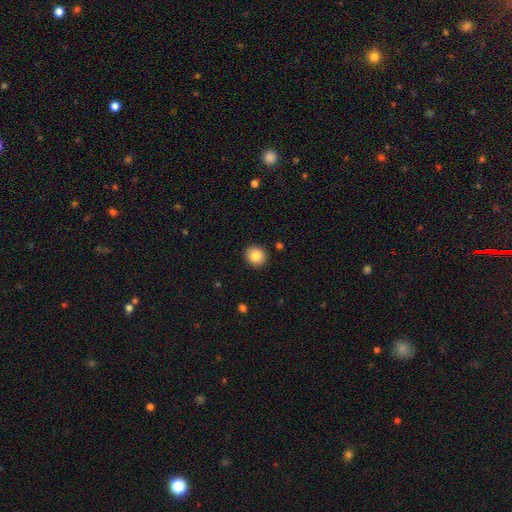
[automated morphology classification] The model was most divided on "smooth or featured": smooth: 85%, star or artifact: 9%, featured or disk: 6%. More confident: merging — none (91%); how rounded — round (89%).